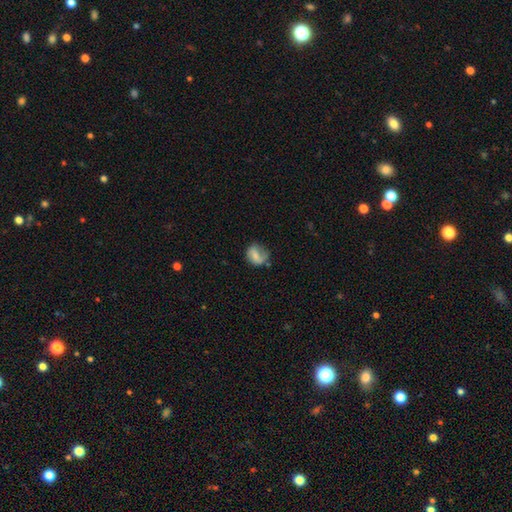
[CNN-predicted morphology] A smooth galaxy with no disk features (49%).

Vote fractions:
- Smooth or featured? smooth: 49% / featured or disk: 43% / star or artifact: 8%
- Merging? none: 51% / minor disturbance: 29% / major disturbance: 17% / merger: 3%